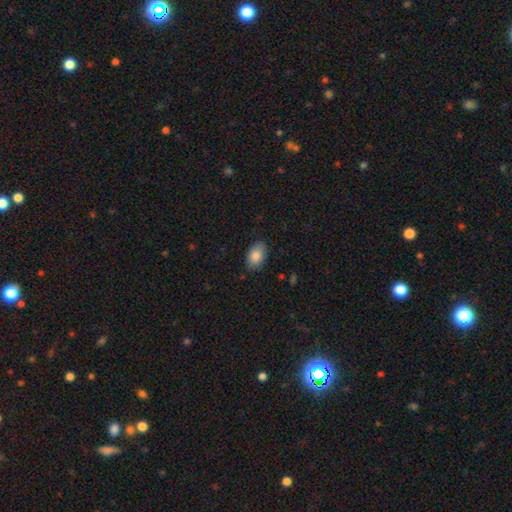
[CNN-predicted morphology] smooth-or-featured: smooth: 85% | featured or disk: 8% | star or artifact: 7%
  how-rounded: in between: 91% | round: 8% | cigar-shaped: 1%
  merging: none: 82% | minor disturbance: 14% | major disturbance: 3% | merger: 1%